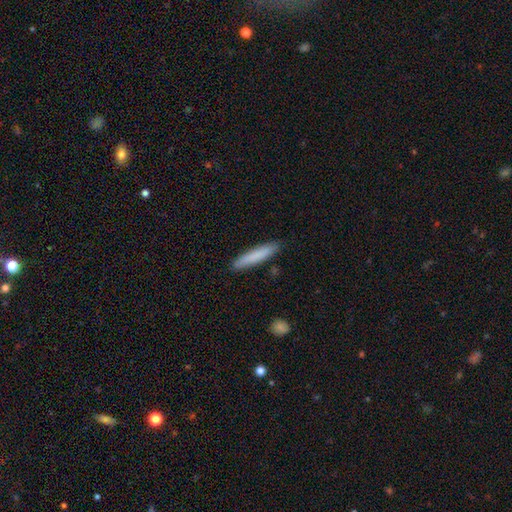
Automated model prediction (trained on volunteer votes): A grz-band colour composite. It shows a smooth galaxy with no disk features (81%) that is cigar-shaped (92%). Merging: none (88%).